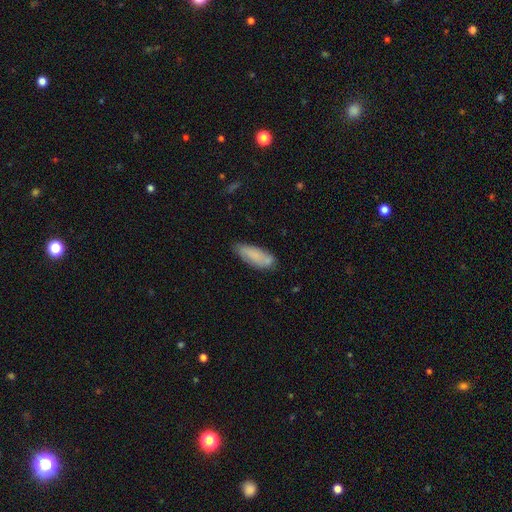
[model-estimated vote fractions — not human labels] Smooth or featured? Predicted: smooth (p=0.78). How rounded? Predicted: in between (p=0.64). Merging? Predicted: none (p=0.69).